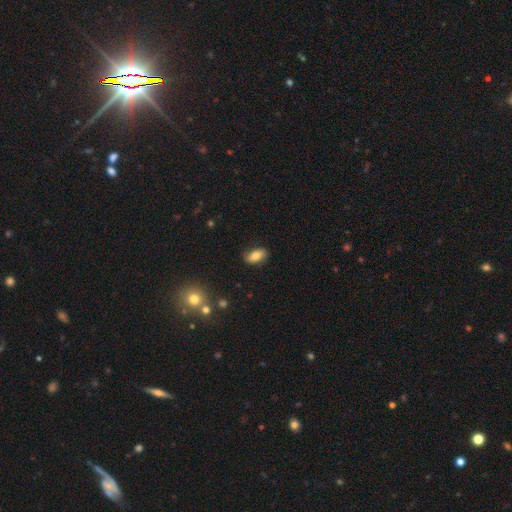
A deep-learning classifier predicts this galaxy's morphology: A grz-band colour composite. It shows a smooth galaxy with no disk features (78%) that is in between round and cigar-shaped (90%). Merging: none (84%).